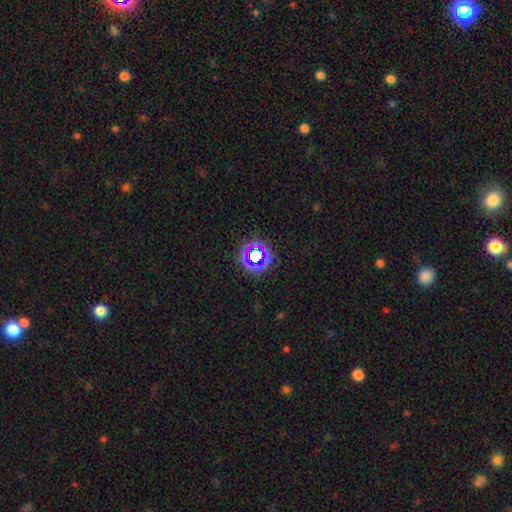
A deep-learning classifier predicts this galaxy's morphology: This is likely a star or artifact rather than a galaxy (61%).